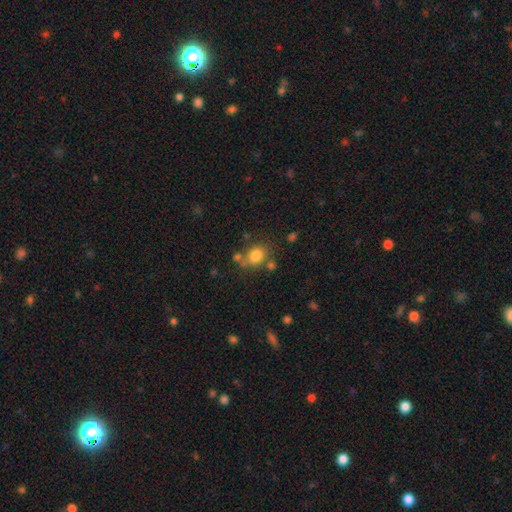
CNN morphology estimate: smooth-or-featured: smooth: 79% | star or artifact: 12% | featured or disk: 9%
  how-rounded: round: 61% | in between: 38% | cigar-shaped: 1%
  merging: none: 63% | merger: 16% | minor disturbance: 15% | major disturbance: 6%